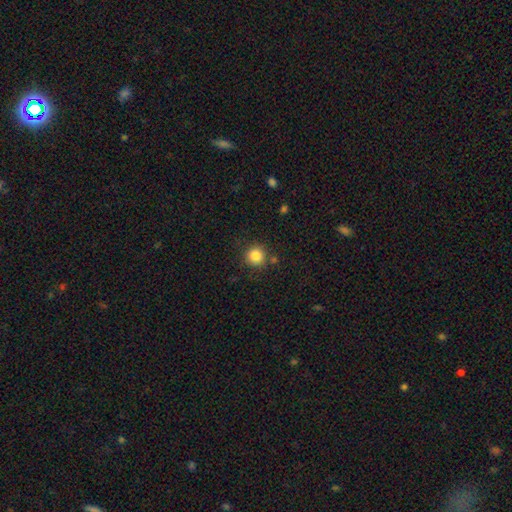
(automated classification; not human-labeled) This appears to be a smooth galaxy with no disk features (85%) that is round (94%). Merging: none (84%).